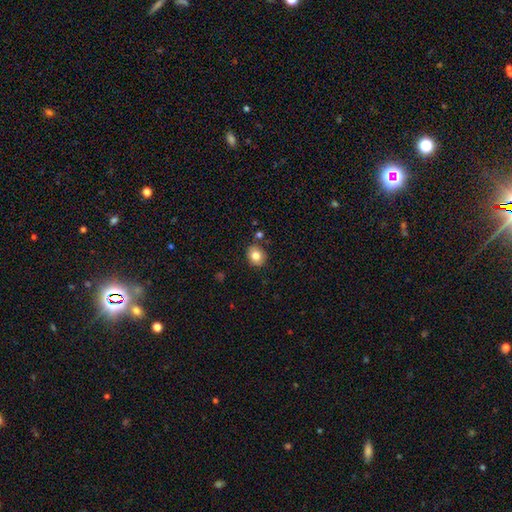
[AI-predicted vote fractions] The model was most divided on "how rounded": round: 72%, in between: 27%, cigar-shaped: 1%. More confident: merging — none (82%); smooth or featured — smooth (81%).